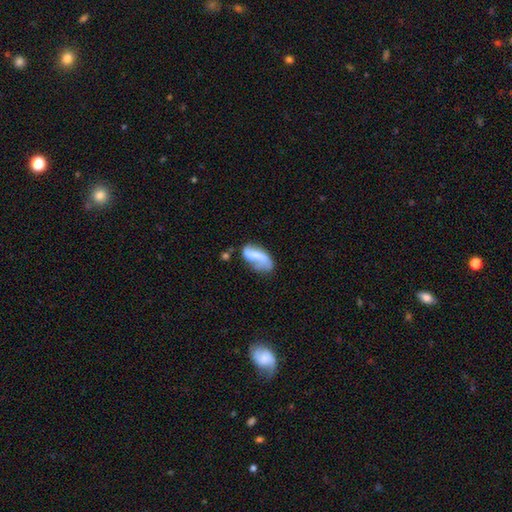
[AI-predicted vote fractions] Smooth or featured? Predicted: smooth (p=0.47). Merging? Predicted: none (p=0.38).